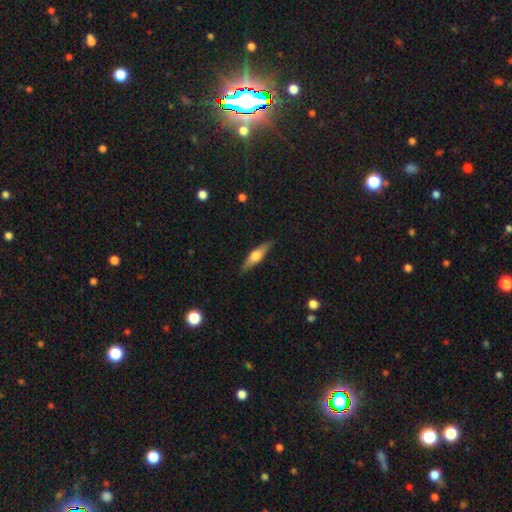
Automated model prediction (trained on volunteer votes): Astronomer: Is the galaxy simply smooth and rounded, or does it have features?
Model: featured or disk — 53% (runner-up: smooth, 41%).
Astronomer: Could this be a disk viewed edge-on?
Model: yes — 93%.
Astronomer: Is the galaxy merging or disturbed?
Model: none — 88%.